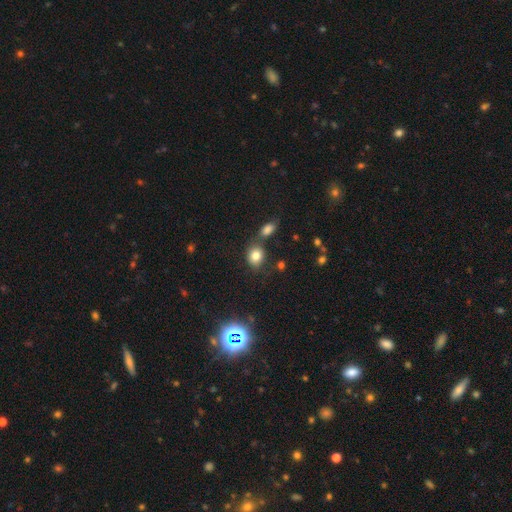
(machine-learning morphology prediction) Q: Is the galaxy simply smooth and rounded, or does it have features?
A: smooth — 80%.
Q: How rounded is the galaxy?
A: round — 53%.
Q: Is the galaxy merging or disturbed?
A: none — 62%.